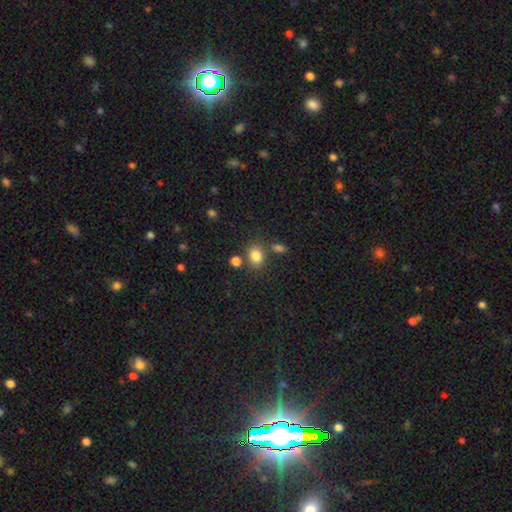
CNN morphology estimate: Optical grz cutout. It shows a smooth galaxy with no disk features (82%) that is in between round and cigar-shaped (53%). Merging: none (71%).